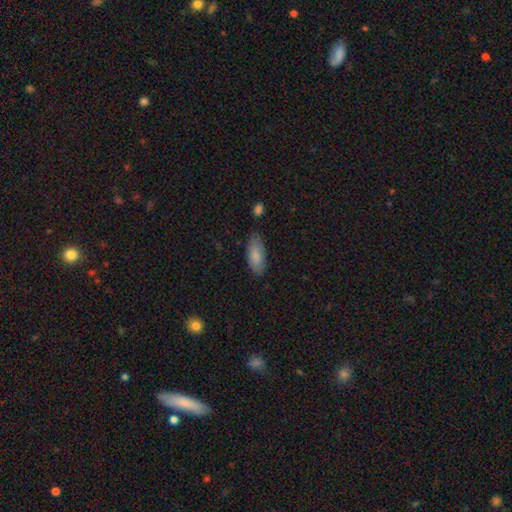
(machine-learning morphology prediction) smooth-or-featured: smooth: 83% | featured or disk: 11% | star or artifact: 6%
  how-rounded: in between: 84% | cigar-shaped: 14% | round: 2%
  merging: none: 74% | minor disturbance: 19% | major disturbance: 4% | merger: 3%